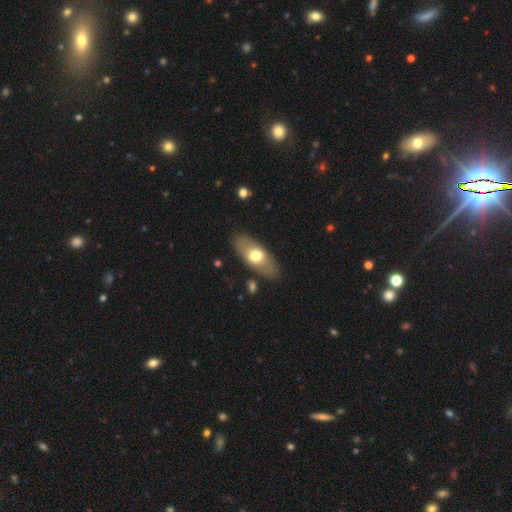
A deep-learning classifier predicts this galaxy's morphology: This appears to be a smooth galaxy with no disk features (59%) that is in between round and cigar-shaped (82%). Merging: none (83%).